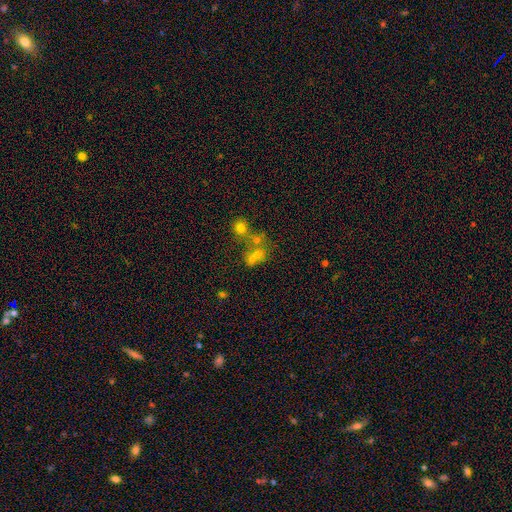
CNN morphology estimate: A smooth galaxy with no disk features (59%) that is round (59%).

Vote fractions:
- Smooth or featured? smooth: 59% / star or artifact: 21% / featured or disk: 20%
- How rounded? round: 59% / in between: 39% / cigar-shaped: 2%
- Merging? merger: 53% / none: 32% / minor disturbance: 9% / major disturbance: 7%